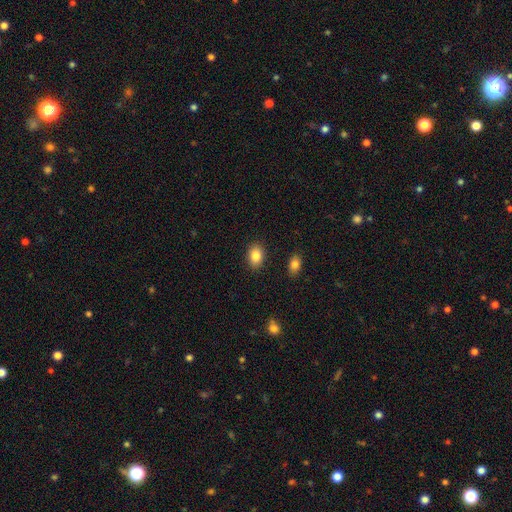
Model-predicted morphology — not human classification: Overall: smooth (86%). How rounded: in between (77%). Merging: none (88%).